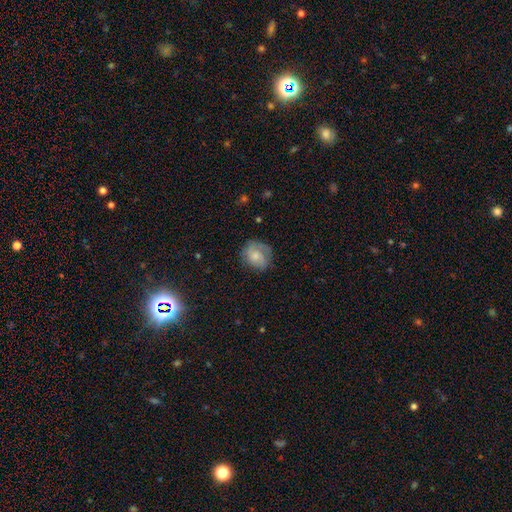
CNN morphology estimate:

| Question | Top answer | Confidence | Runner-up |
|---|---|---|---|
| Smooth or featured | smooth | 58% | featured or disk (35%) |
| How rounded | round | 66% | in between (33%) |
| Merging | none | 64% | minor disturbance (24%) |